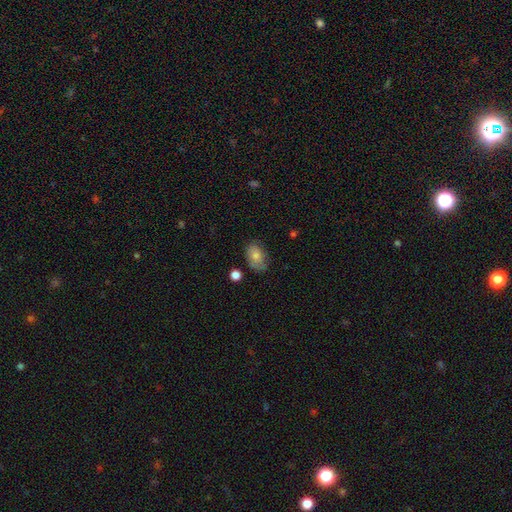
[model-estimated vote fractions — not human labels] Smooth or featured?
  - smooth: 76% *
  - featured or disk: 16%
  - star or artifact: 8%
How rounded?
  - in between: 86% *
  - round: 13%
  - cigar-shaped: 1%
Merging?
  - none: 62% *
  - minor disturbance: 27%
  - major disturbance: 8%
  - merger: 3%